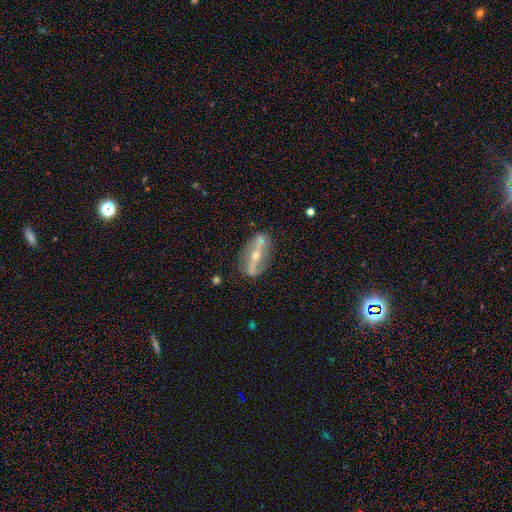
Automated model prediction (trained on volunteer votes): smooth-or-featured: featured or disk: 80% | smooth: 13% | star or artifact: 6%
  disk-edge-on: no: 63% | yes: 37%
    bar: strong: 78% | weak: 11% | no: 11%
    has-spiral-arms: yes: 55% | no: 45%
    bulge-size: small: 57% | moderate: 39% | large: 1% | none: 1% | dominant: 1%
  merging: none: 81% | minor disturbance: 13% | major disturbance: 4% | merger: 2%